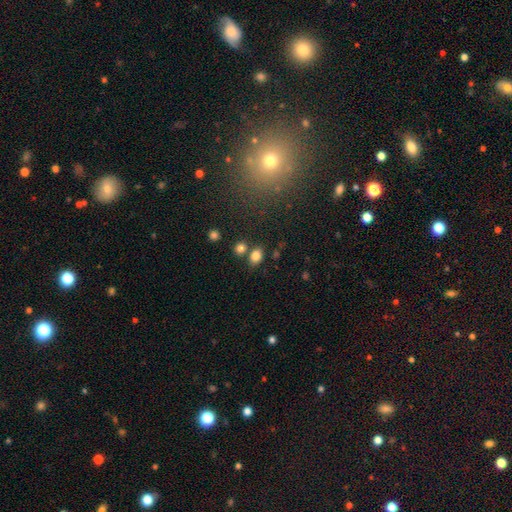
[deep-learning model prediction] Smooth or featured? Predicted: smooth (p=0.82). How rounded? Predicted: in between (p=0.67). Merging? Predicted: none (p=0.67).